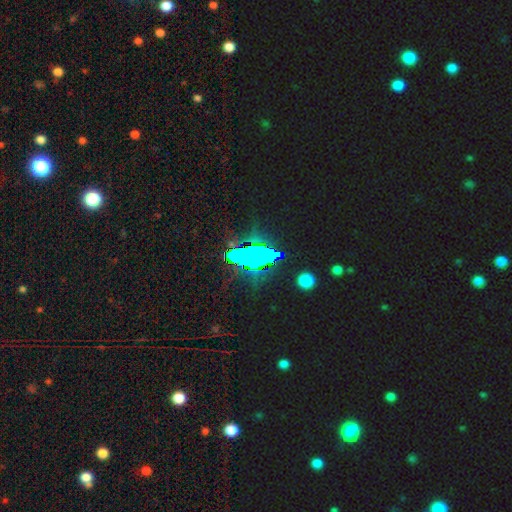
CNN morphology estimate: star or artifact 65%, smooth 22%, featured or disk 13%.